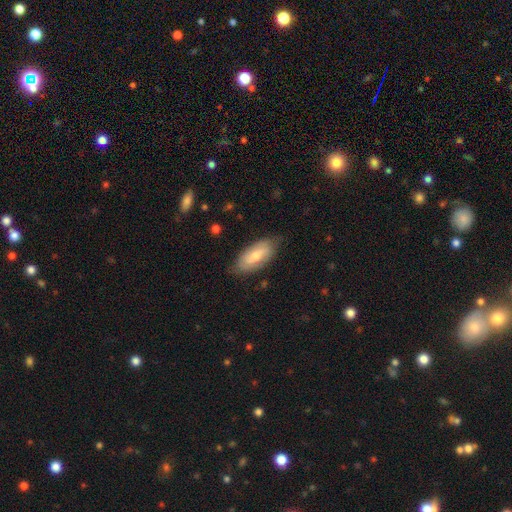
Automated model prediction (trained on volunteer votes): Smooth or featured: smooth — 59% (featured or disk — 35%)
How rounded: in between — 86% (cigar-shaped — 11%)
Merging: none — 74% (minor disturbance — 20%)